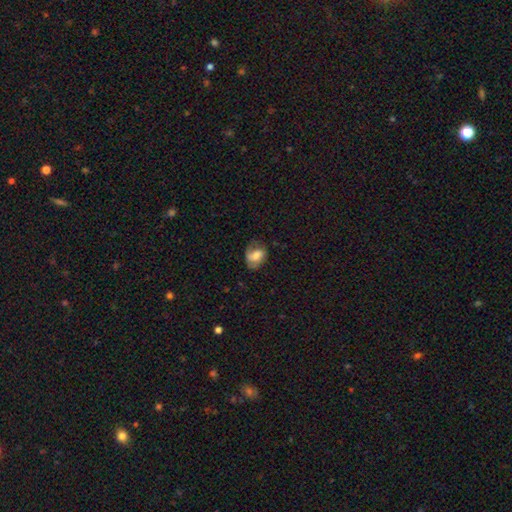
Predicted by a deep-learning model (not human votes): This is possibly a smooth galaxy (58%). How rounded: likely in between (71%). Merging: possibly none (51%).